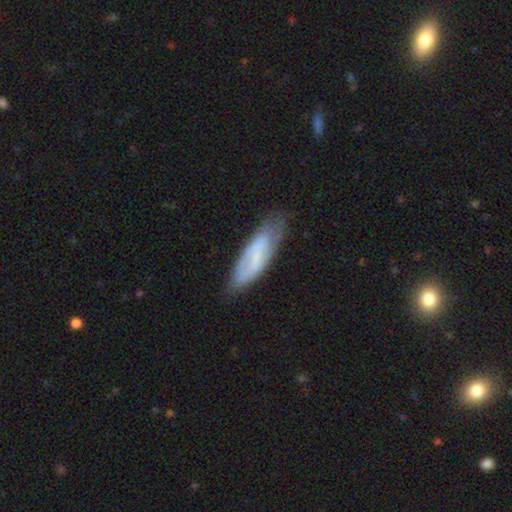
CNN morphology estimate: smooth 51%, featured or disk 41%, star or artifact 7%. Down the decision tree: how rounded — cigar-shaped (51%); merging — none (67%).